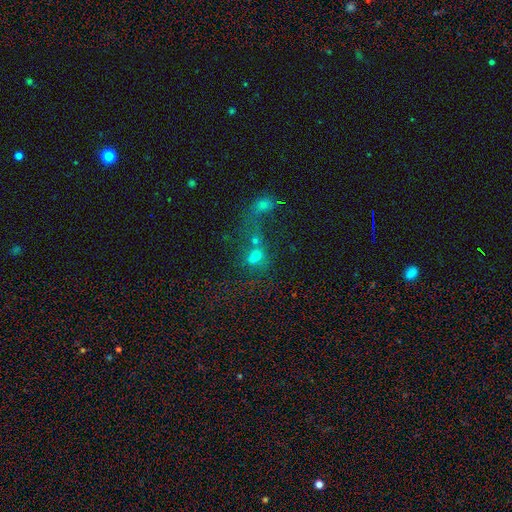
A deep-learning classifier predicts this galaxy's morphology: Smooth or featured?
  - smooth: 54% *
  - star or artifact: 23%
  - featured or disk: 23%
How rounded?
  - round: 66% *
  - in between: 32%
  - cigar-shaped: 3%
Merging?
  - merger: 64% *
  - none: 21%
  - major disturbance: 9%
  - minor disturbance: 6%